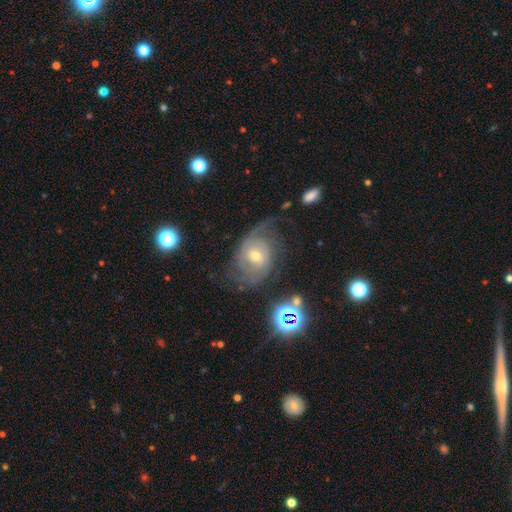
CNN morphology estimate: Overall: featured or disk (77%). Edge-on disk: no (96%). Bar: no (62%; weak 31%). Spiral arms: yes (92%). Spiral arm count: 2 (50%; can't tell 24%). Spiral winding: medium (41%; tight 30%). Bulge size: small (50%; moderate 46%). Merging: none (52%; minor disturbance 23%).